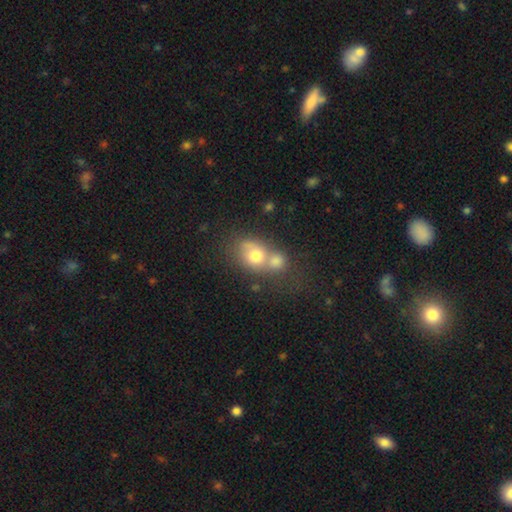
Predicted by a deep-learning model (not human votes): A smooth galaxy with no disk features (69%) that is round (57%).

Vote fractions:
- Smooth or featured? smooth: 69% / featured or disk: 21% / star or artifact: 10%
- How rounded? round: 57% / in between: 42% / cigar-shaped: 2%
- Merging? merger: 61% / none: 23% / minor disturbance: 9% / major disturbance: 6%